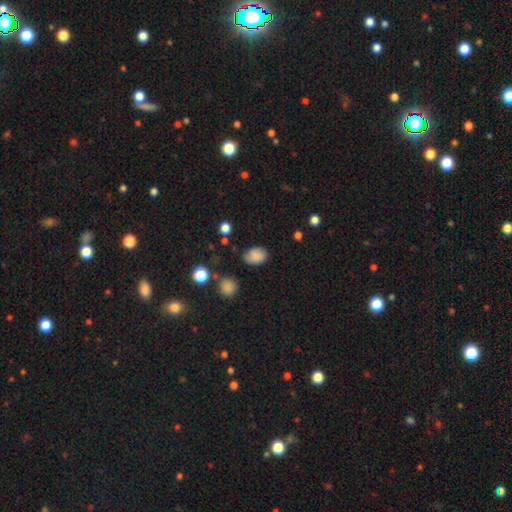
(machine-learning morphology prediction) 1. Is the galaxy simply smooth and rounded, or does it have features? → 80% smooth, 10% featured or disk, 10% star or artifact.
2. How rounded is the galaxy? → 74% in between, 25% round, 1% cigar-shaped.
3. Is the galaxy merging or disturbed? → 65% none, 26% minor disturbance, 7% major disturbance, 2% merger.